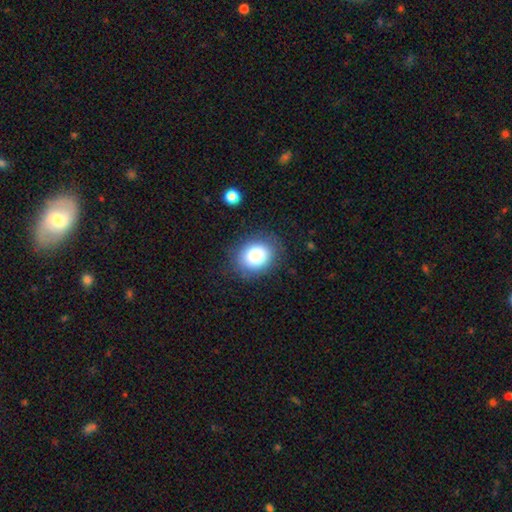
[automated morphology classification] This is clearly a smooth galaxy (81%). How rounded: possibly round (55%). Merging: clearly none (83%).